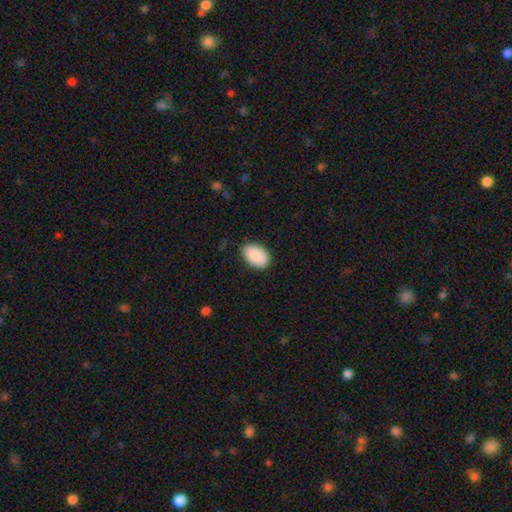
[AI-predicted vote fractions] smooth 89%, star or artifact 6%, featured or disk 5%. Down the decision tree: how rounded — in between (89%); merging — none (83%).